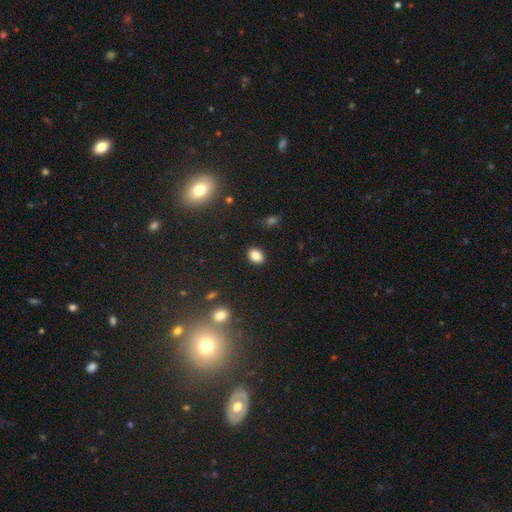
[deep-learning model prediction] Smooth or featured? smooth (85%)
How rounded? in between (74%)
Merging? none (88%)